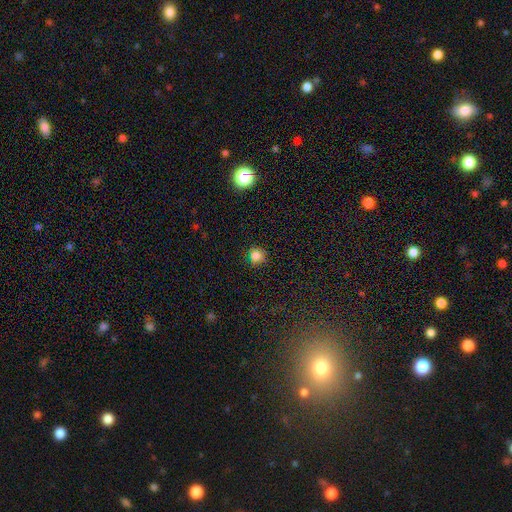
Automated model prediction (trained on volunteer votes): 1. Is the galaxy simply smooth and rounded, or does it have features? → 82% smooth, 14% star or artifact, 4% featured or disk.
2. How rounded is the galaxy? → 93% round, 6% in between, 1% cigar-shaped.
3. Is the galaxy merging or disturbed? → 87% none, 9% minor disturbance, 2% major disturbance, 2% merger.